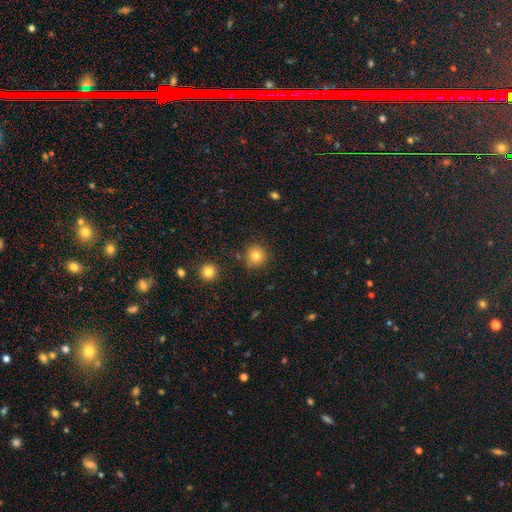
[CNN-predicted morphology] Overall: smooth (81%). How rounded: round (92%). Merging: none (85%).